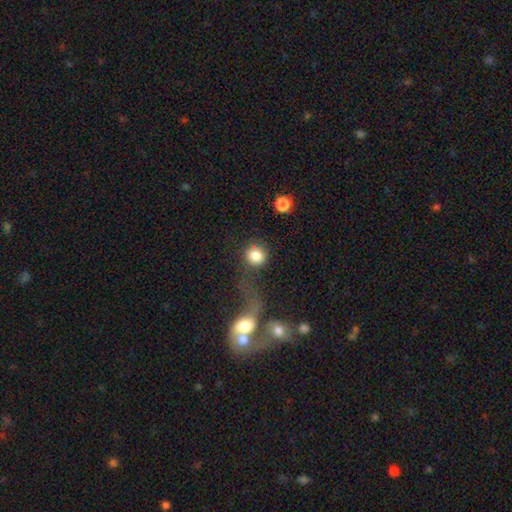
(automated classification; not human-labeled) The model was most divided on "merging": none: 49%, major disturbance: 19%, merger: 18%, minor disturbance: 14%. More confident: how rounded — round (85%); smooth or featured — smooth (82%).